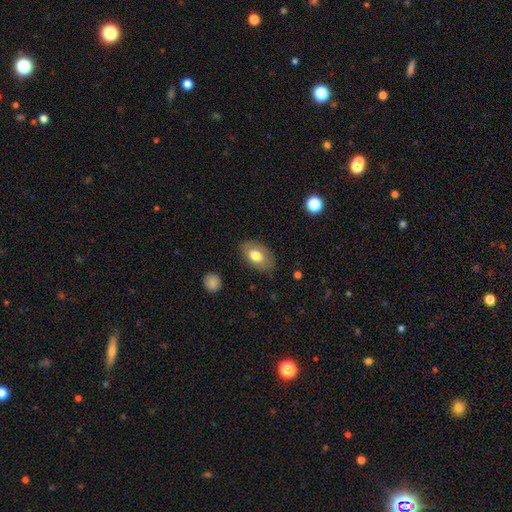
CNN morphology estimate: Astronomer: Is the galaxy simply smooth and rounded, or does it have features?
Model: smooth — 74%.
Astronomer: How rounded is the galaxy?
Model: in between — 89%.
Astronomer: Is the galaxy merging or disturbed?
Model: none — 82%.